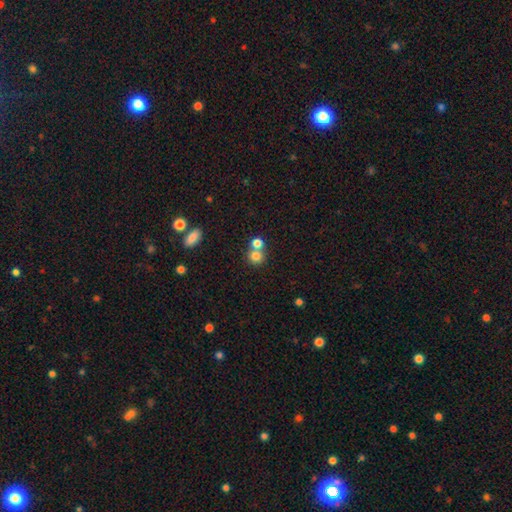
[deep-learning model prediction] This is likely a smooth galaxy (79%). How rounded: clearly round (86%). Merging: possibly none (47%).